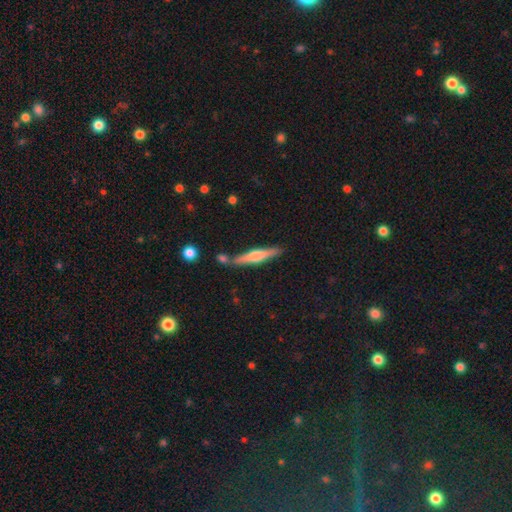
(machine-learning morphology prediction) This appears to be a featured or disk galaxy (58%) viewed edge-on (97%) with a rounded central bulge (76%). Merging: none (80%).